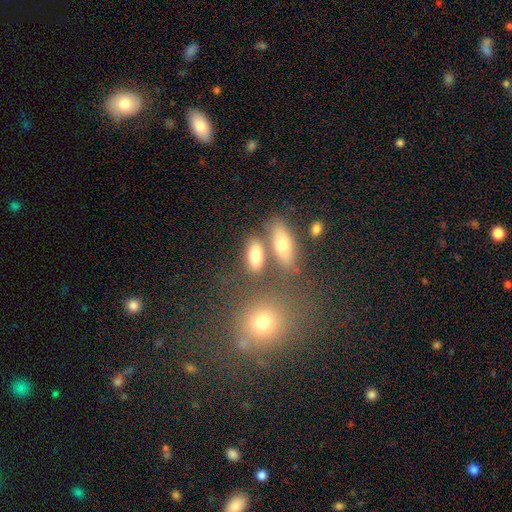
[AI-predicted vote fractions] Q: Smooth or featured?
A: smooth (77%); runner-up: featured or disk (13%)
Q: How rounded?
A: in between (78%); runner-up: cigar-shaped (15%)
Q: Merging?
A: none (62%); runner-up: merger (21%)